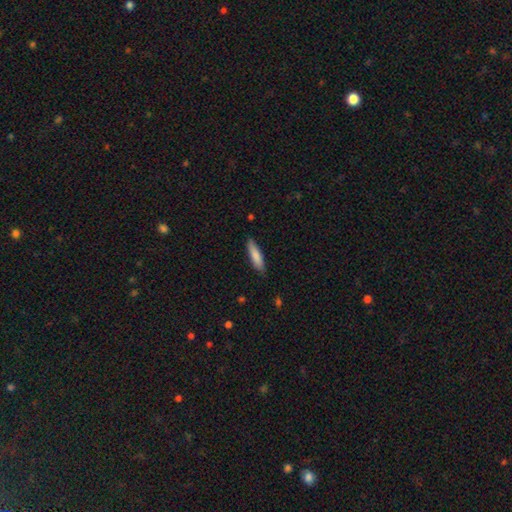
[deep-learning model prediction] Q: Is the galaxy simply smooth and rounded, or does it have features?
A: smooth — 83%.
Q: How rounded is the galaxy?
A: cigar-shaped — 74%.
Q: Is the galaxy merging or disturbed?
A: none — 86%.